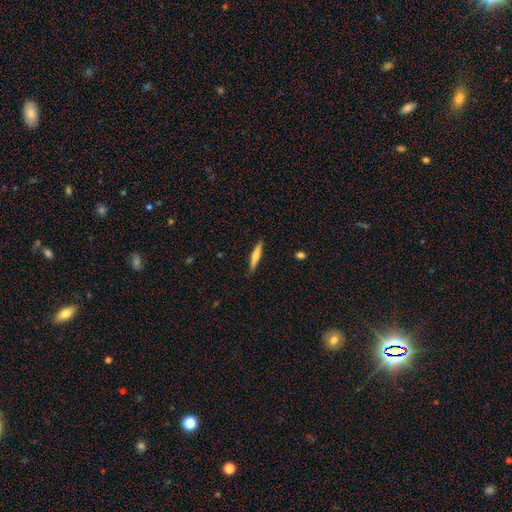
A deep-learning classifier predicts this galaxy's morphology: This appears to be a smooth galaxy with no disk features (61%) that is cigar-shaped (91%). Merging: none (90%).